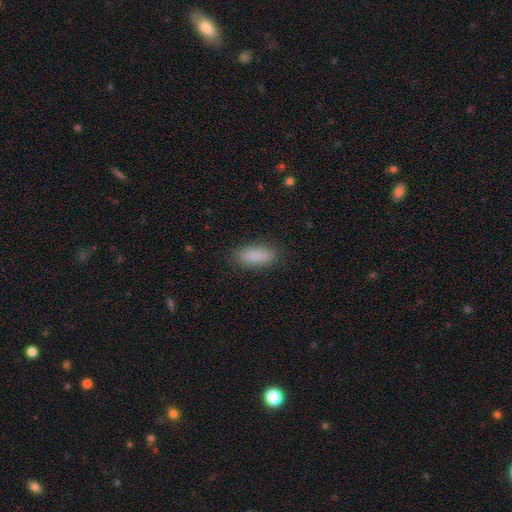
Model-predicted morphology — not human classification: This appears to be a smooth galaxy with no disk features (88%) that is in between round and cigar-shaped (76%). Merging: none (86%).